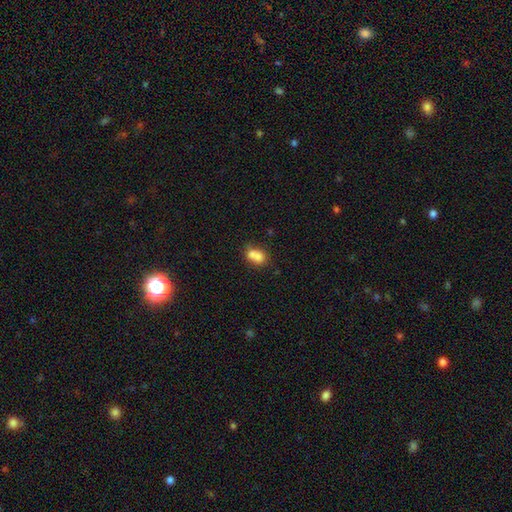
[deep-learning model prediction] Overall: smooth (71%). How rounded: in between (50%; round 49%). Merging: merger (62%; none 27%).